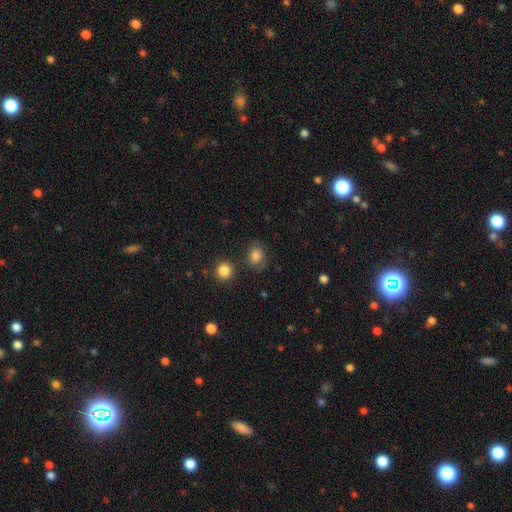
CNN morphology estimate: smooth_or_featured: smooth (p=0.79) [alt: star or artifact p=0.11]
how_rounded: round (p=0.49) [tied with: in between p=0.49]
merging: none (p=0.71) [alt: minor disturbance p=0.18]